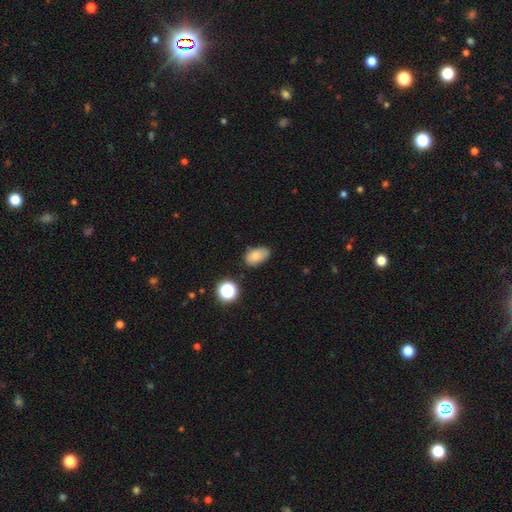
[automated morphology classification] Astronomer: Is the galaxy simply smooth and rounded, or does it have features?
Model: smooth — 82%.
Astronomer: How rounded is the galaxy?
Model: in between — 87%.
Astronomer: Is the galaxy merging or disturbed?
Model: none — 74%.